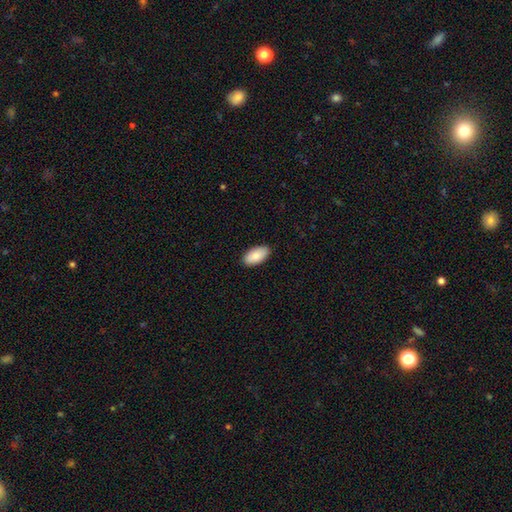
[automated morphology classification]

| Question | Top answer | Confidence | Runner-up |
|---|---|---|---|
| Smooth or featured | smooth | 86% | featured or disk (8%) |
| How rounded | in between | 95% | cigar-shaped (3%) |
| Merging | none | 89% | minor disturbance (8%) |